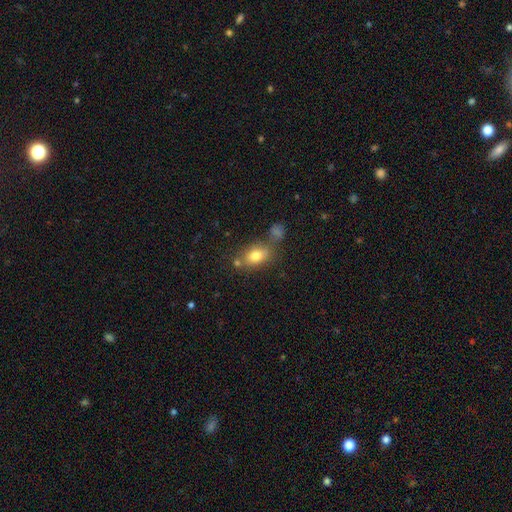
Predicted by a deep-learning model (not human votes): smooth-or-featured: smooth: 76% | featured or disk: 14% | star or artifact: 10%
  how-rounded: in between: 77% | round: 21% | cigar-shaped: 3%
  merging: none: 59% | merger: 19% | minor disturbance: 16% | major disturbance: 6%